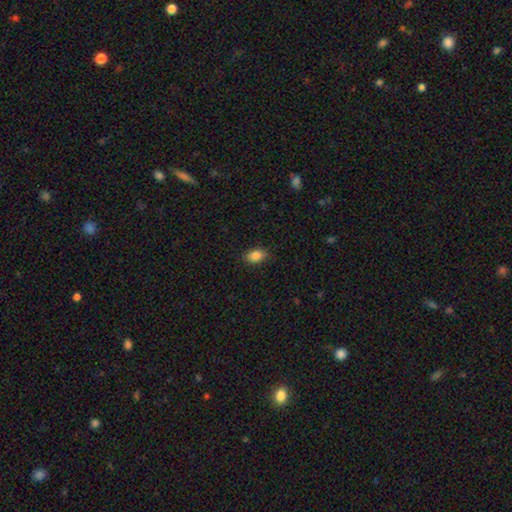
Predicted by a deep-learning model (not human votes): The model was most divided on "how rounded": in between: 85%, round: 13%, cigar-shaped: 2%. More confident: merging — none (87%); smooth or featured — smooth (86%).